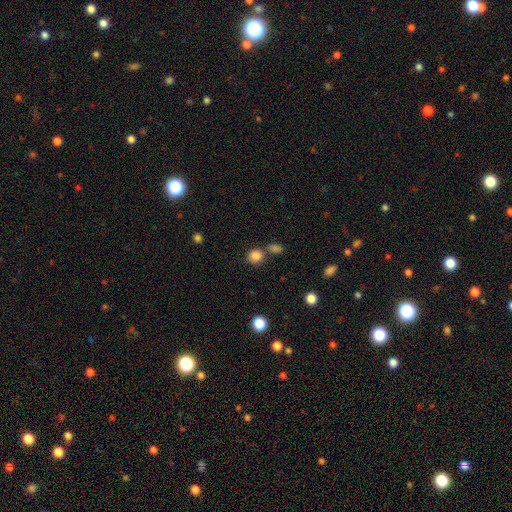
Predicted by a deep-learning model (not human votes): Q: Smooth or featured?
A: smooth (84%); runner-up: star or artifact (11%)
Q: How rounded?
A: round (79%); runner-up: in between (20%)
Q: Merging?
A: none (64%); runner-up: merger (23%)